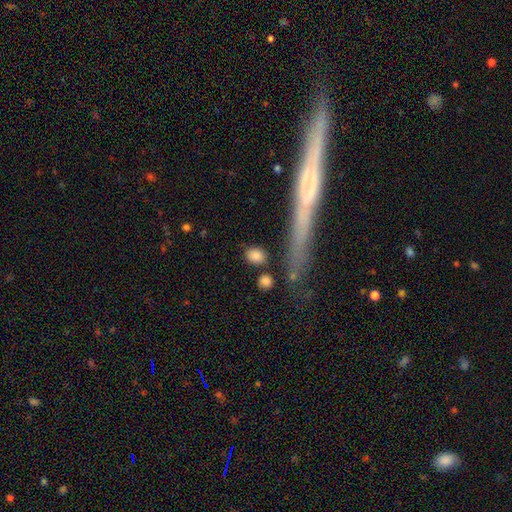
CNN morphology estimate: A smooth galaxy with no disk features (85%) that is round (50%). Merging: none (80%).